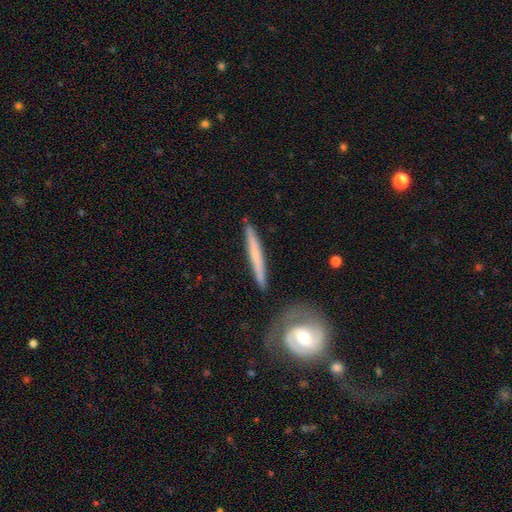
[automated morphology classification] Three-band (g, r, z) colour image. It shows a featured or disk galaxy (51%) viewed edge-on (85%). Merging: none (84%).